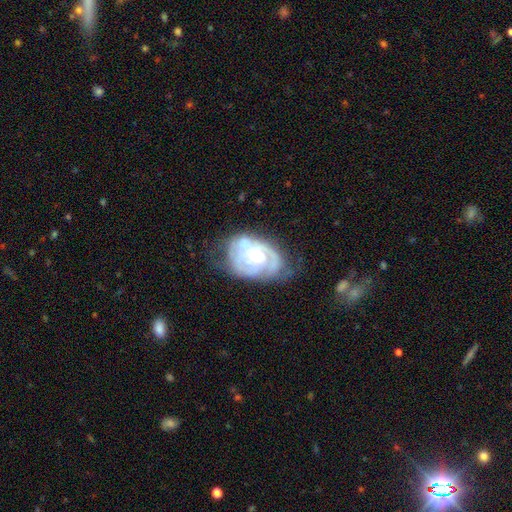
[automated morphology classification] Smooth or featured: featured or disk — 79% (smooth — 15%)
Edge-on disk: no — 97% (yes — 3%)
Bar: no — 72% (weak — 24%)
Spiral arms: yes — 82% (no — 18%)
Spiral winding: tight — 61% (medium — 29%)
Spiral arm count: can't tell — 43% (2 — 27%)
Bulge size: moderate — 60% (small — 30%)
Merging: none — 47% (minor disturbance — 29%)